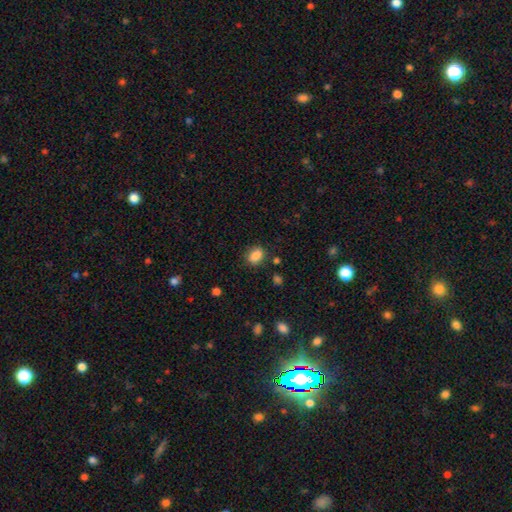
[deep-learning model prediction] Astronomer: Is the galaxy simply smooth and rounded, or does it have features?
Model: smooth — 86%.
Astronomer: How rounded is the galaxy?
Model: in between — 69%.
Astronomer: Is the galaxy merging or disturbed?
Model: none — 80%.